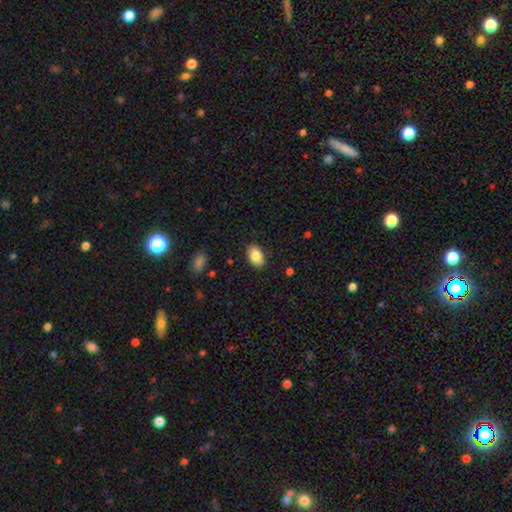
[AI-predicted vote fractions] This appears to be a smooth galaxy with no disk features (85%) that is in between round and cigar-shaped (87%). Merging: none (87%).